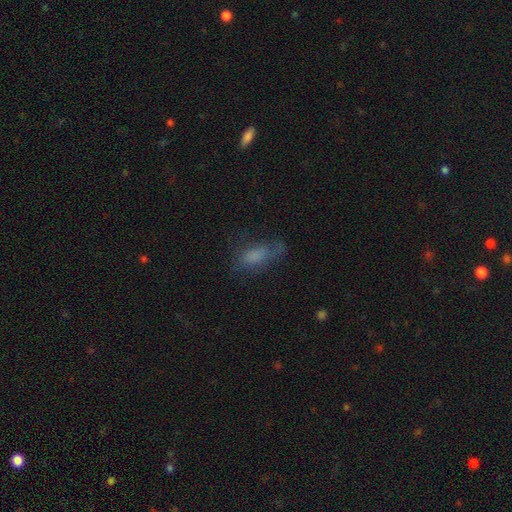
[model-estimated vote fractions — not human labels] Overall: smooth (67%). How rounded: in between (77%). Merging: none (51%; minor disturbance 26%).